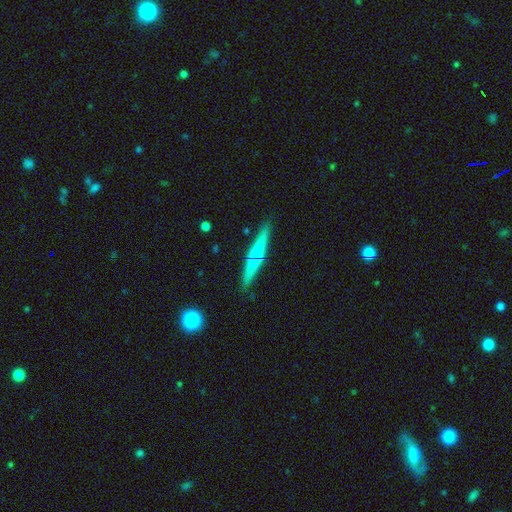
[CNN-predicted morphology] Smooth or featured? featured or disk (48%)
Merging? none (85%)